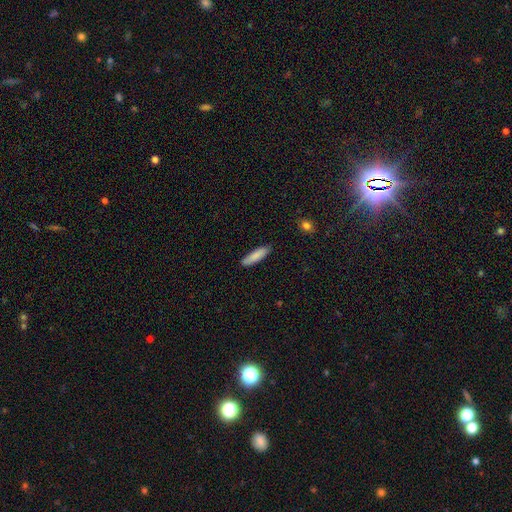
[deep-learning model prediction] Smooth or featured: smooth — 85% (featured or disk — 9%)
How rounded: cigar-shaped — 72% (in between — 26%)
Merging: none — 86% (minor disturbance — 11%)